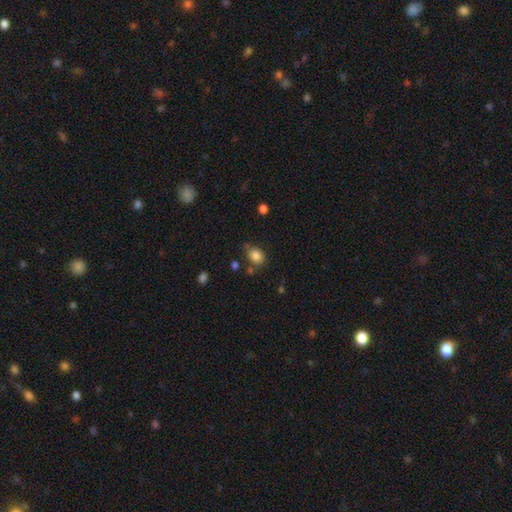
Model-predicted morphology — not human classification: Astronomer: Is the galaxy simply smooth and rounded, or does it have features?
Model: smooth — 84%.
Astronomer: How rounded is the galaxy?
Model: in between — 54% (runner-up: round, 45%).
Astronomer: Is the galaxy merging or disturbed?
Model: none — 66%.